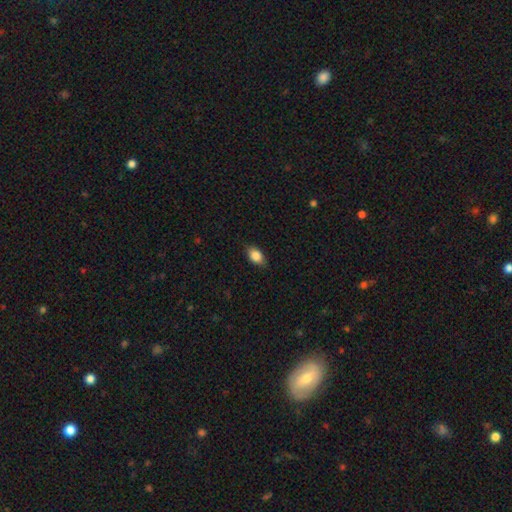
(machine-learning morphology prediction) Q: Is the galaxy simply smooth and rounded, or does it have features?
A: smooth — 86%.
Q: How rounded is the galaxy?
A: in between — 85%.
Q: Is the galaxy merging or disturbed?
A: none — 83%.